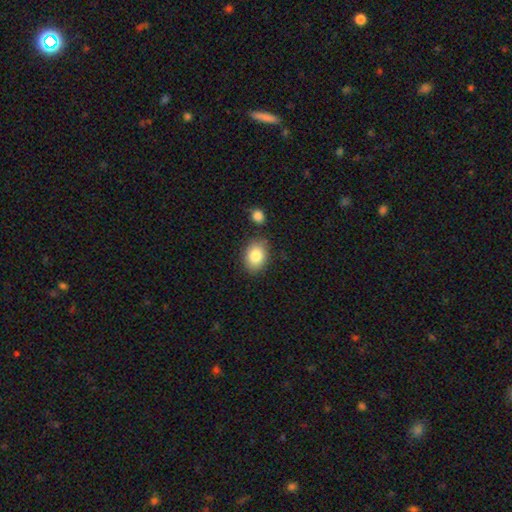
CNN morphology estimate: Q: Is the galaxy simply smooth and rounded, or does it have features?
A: smooth — 84%.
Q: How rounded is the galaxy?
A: in between — 70%.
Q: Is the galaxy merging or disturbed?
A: none — 79%.